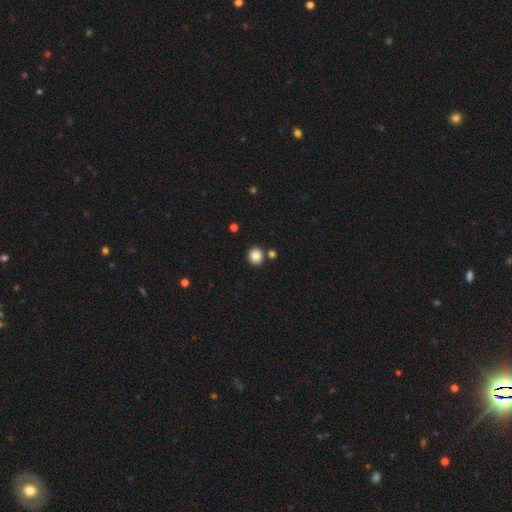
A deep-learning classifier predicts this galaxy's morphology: type=smooth (86%); roundness=round (89%); merging=none (85%).